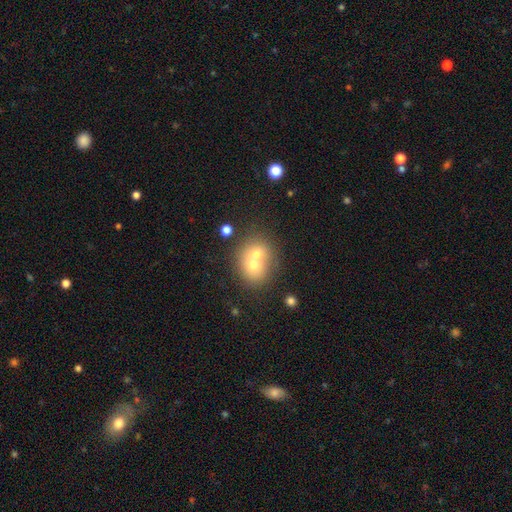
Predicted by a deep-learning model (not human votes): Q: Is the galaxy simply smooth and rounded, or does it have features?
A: smooth — 62%.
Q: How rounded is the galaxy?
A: round — 66%.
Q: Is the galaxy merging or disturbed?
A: merger — 66%.